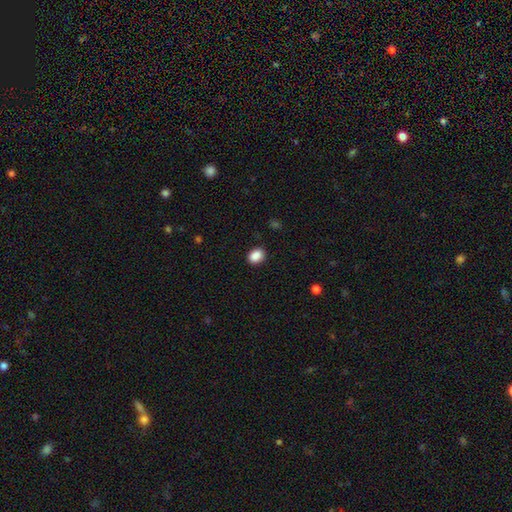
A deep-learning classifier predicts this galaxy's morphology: Smooth or featured: smooth — 89% (star or artifact — 9%)
How rounded: in between — 62% (round — 37%)
Merging: none — 87% (minor disturbance — 10%)